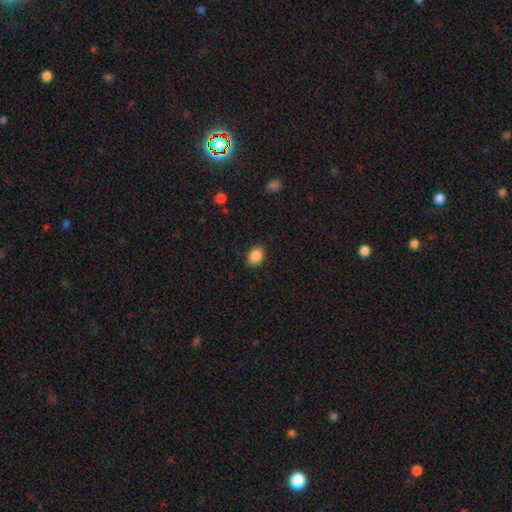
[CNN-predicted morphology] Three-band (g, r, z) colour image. It shows a smooth galaxy with no disk features (87%) that is in between round and cigar-shaped (59%). Merging: none (88%).